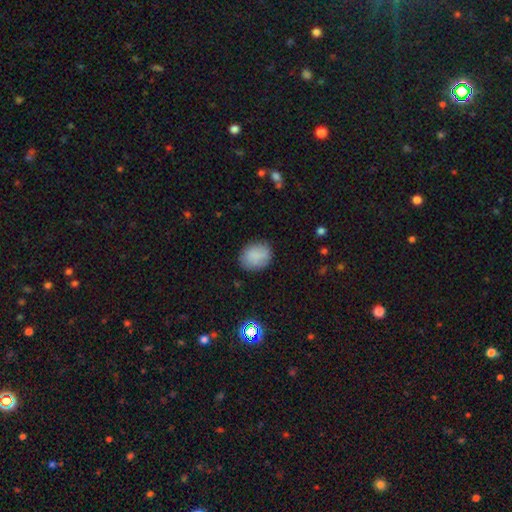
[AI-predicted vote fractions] This appears to be a smooth galaxy with no disk features (85%) that is round (50%). Merging: none (81%).